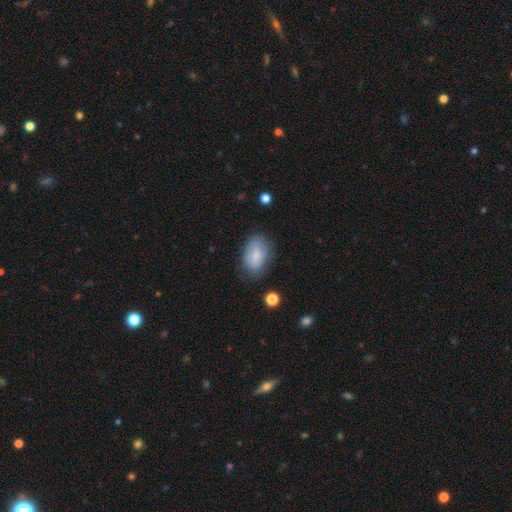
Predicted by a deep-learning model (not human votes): smooth_or_featured: smooth (p=0.70) [alt: featured or disk p=0.22]
how_rounded: in between (p=0.89) [alt: round p=0.09]
merging: none (p=0.71) [alt: minor disturbance p=0.21]